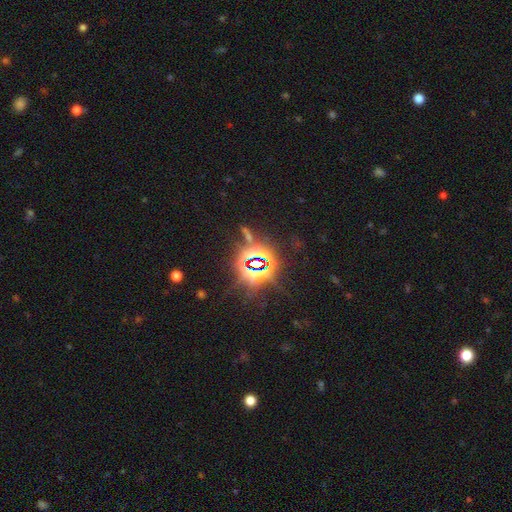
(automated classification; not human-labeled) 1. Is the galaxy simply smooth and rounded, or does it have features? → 84% star or artifact, 9% smooth, 7% featured or disk.